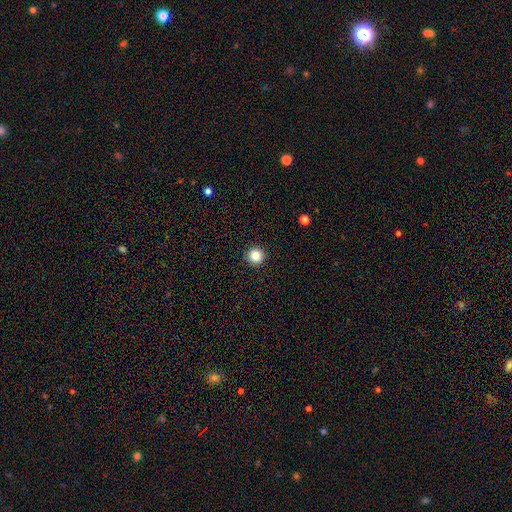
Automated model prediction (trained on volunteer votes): smooth_or_featured: smooth (p=0.83) [alt: star or artifact p=0.11]
how_rounded: round (p=0.96) [alt: in between p=0.03]
merging: none (p=0.93) [alt: minor disturbance p=0.04]